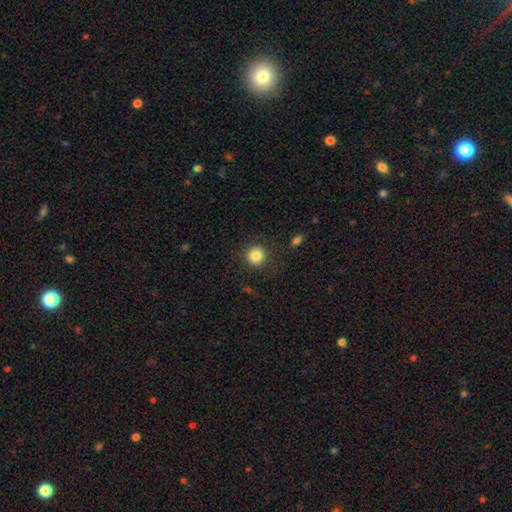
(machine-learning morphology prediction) A smooth galaxy with no disk features (84%) that is round (94%).

Vote fractions:
- Smooth or featured? smooth: 84% / star or artifact: 11% / featured or disk: 5%
- How rounded? round: 94% / in between: 5% / cigar-shaped: 1%
- Merging? none: 89% / minor disturbance: 7% / major disturbance: 3% / merger: 1%